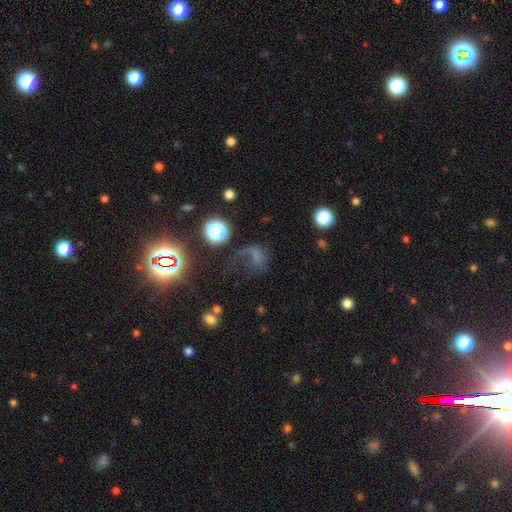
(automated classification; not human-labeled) A smooth galaxy with no disk features (43%).

Vote fractions:
- Smooth or featured? smooth: 43% / featured or disk: 30% / star or artifact: 27%
- Merging? major disturbance: 49% / none: 31% / minor disturbance: 15% / merger: 6%